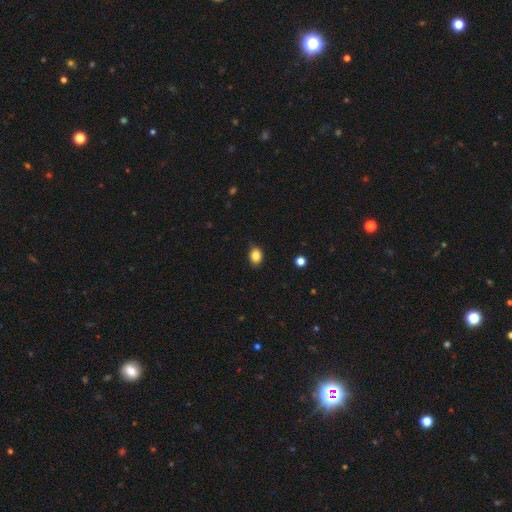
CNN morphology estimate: This appears to be a smooth galaxy with no disk features (86%) that is in between round and cigar-shaped (65%). Merging: none (83%).